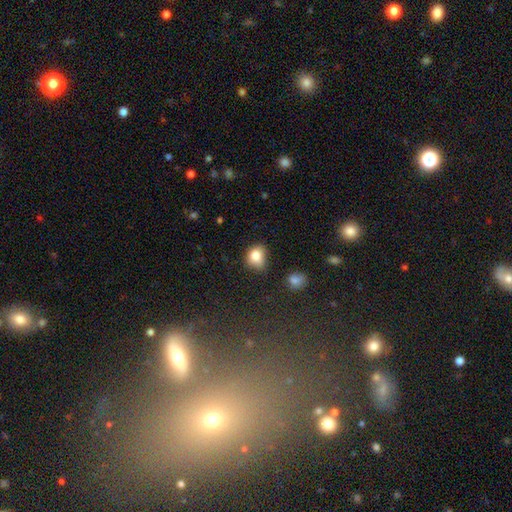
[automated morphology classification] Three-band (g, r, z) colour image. It shows a smooth galaxy with no disk features (82%) that is round (61%). Merging: none (59%).